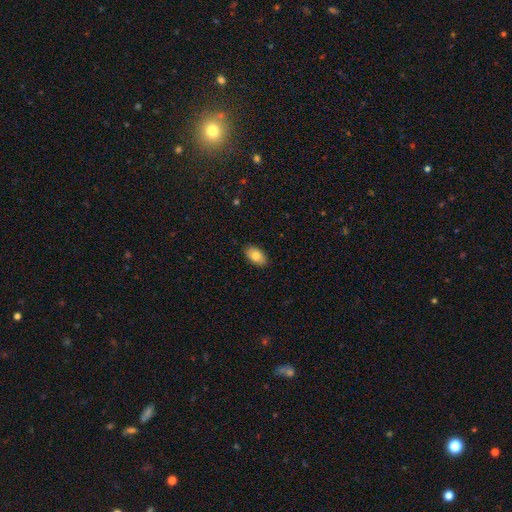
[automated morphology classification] A smooth galaxy with no disk features (81%) that is in between round and cigar-shaped (93%).

Vote fractions:
- Smooth or featured? smooth: 81% / featured or disk: 12% / star or artifact: 7%
- How rounded? in between: 93% / round: 5% / cigar-shaped: 2%
- Merging? none: 88% / minor disturbance: 10% / major disturbance: 2% / merger: 1%